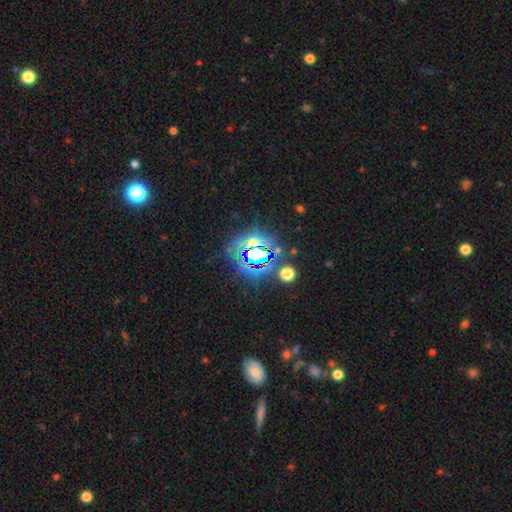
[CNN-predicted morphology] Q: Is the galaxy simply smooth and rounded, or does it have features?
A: star or artifact — 72%.